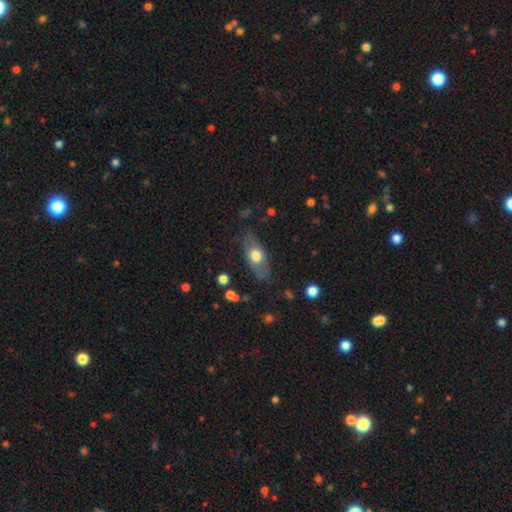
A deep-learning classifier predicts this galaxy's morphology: smooth_or_featured: smooth (p=0.65) [alt: featured or disk p=0.28]
how_rounded: in between (p=0.82) [alt: cigar-shaped p=0.11]
merging: none (p=0.75) [alt: minor disturbance p=0.17]